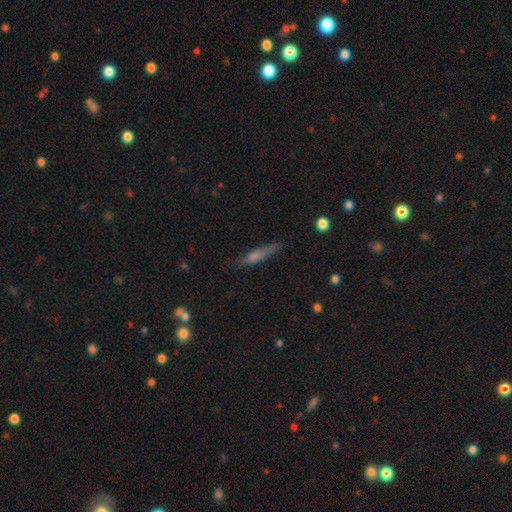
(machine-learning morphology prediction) Smooth or featured? smooth (47%)
Merging? none (78%)